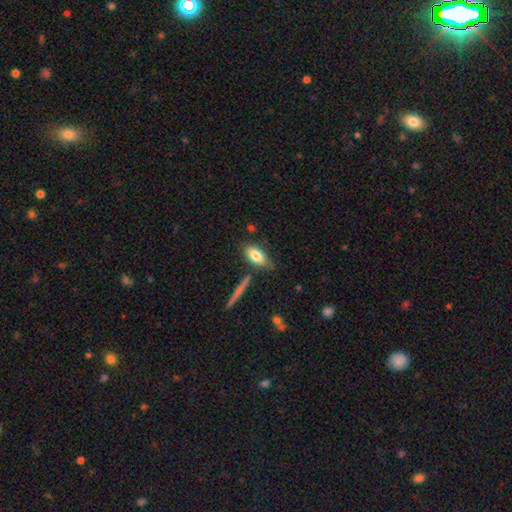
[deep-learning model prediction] Smooth or featured? Predicted: smooth (p=0.77). How rounded? Predicted: in between (p=0.85). Merging? Predicted: none (p=0.68).